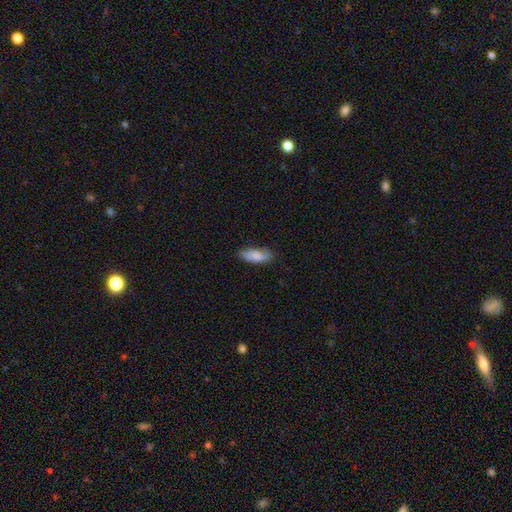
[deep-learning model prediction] This appears to be a smooth galaxy with no disk features (82%) that is in between round and cigar-shaped (74%). Merging: none (77%).